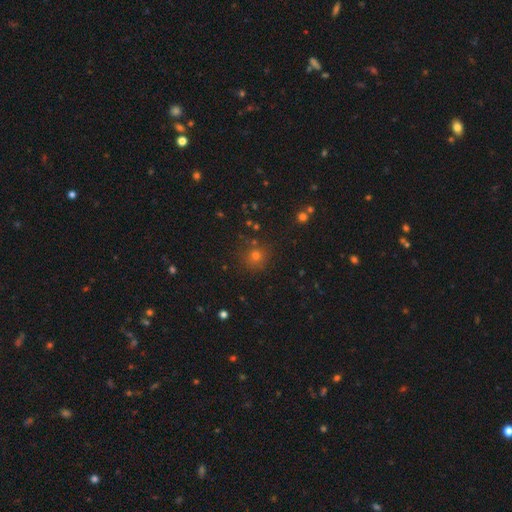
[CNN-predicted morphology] Smooth or featured: smooth — 66% (star or artifact — 26%)
How rounded: round — 92% (in between — 7%)
Merging: none — 82% (minor disturbance — 10%)